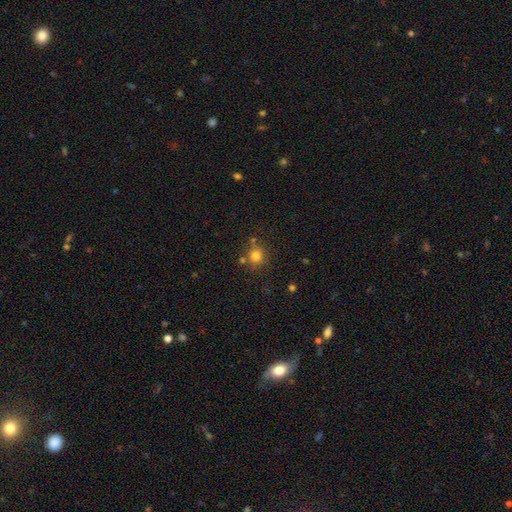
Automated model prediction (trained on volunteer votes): A smooth galaxy with no disk features (79%) that is round (88%).

Vote fractions:
- Smooth or featured? smooth: 79% / star or artifact: 14% / featured or disk: 7%
- How rounded? round: 88% / in between: 11% / cigar-shaped: 1%
- Merging? none: 73% / minor disturbance: 13% / merger: 10% / major disturbance: 4%